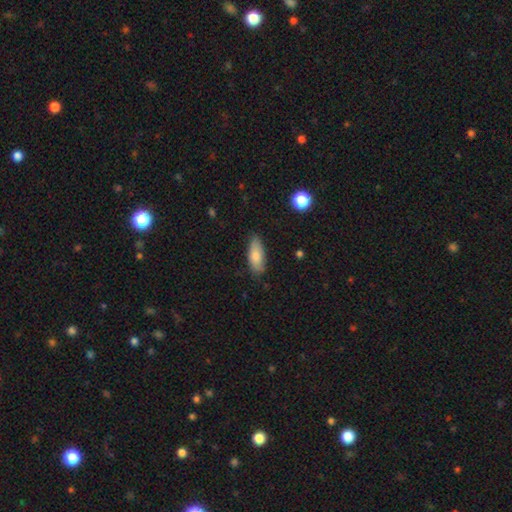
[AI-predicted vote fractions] Smooth or featured? Predicted: smooth (p=0.79). How rounded? Predicted: in between (p=0.80). Merging? Predicted: none (p=0.77).